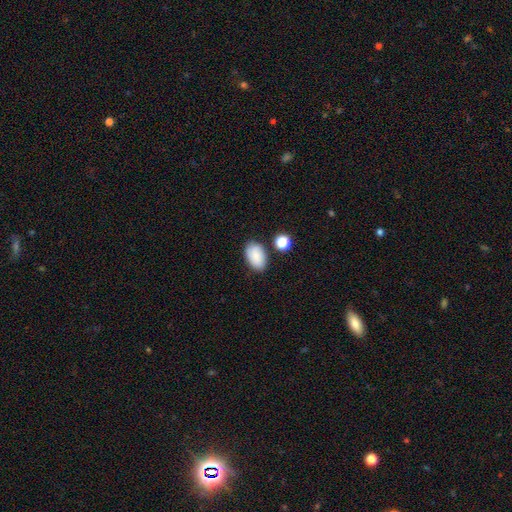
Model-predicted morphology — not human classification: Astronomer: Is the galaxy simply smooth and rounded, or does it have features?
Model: smooth — 87%.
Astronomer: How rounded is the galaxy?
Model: in between — 92%.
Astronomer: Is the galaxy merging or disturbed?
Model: none — 79%.